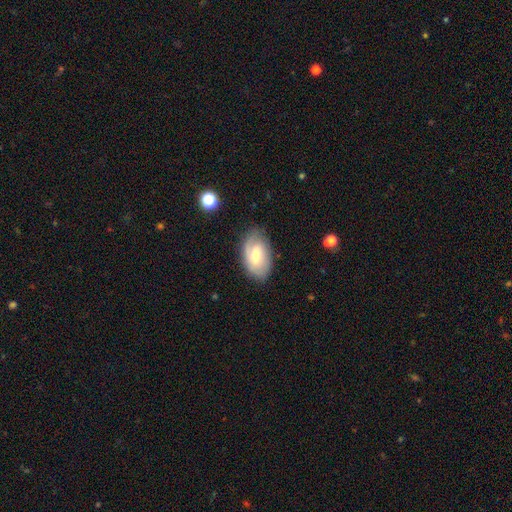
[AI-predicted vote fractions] Smooth or featured? featured or disk (54%)
Edge-on disk? no (94%)
Bar? weak (54%)
Spiral arms? yes (78%)
Bulge size? moderate (46%, tied with small)
Merging? none (78%)